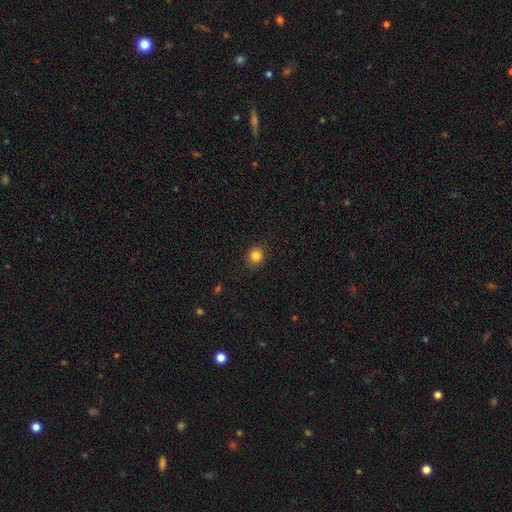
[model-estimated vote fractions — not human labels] smooth-or-featured: smooth: 84% | star or artifact: 12% | featured or disk: 4%
  how-rounded: round: 83% | in between: 16% | cigar-shaped: 1%
  merging: none: 88% | minor disturbance: 9% | major disturbance: 2% | merger: 1%